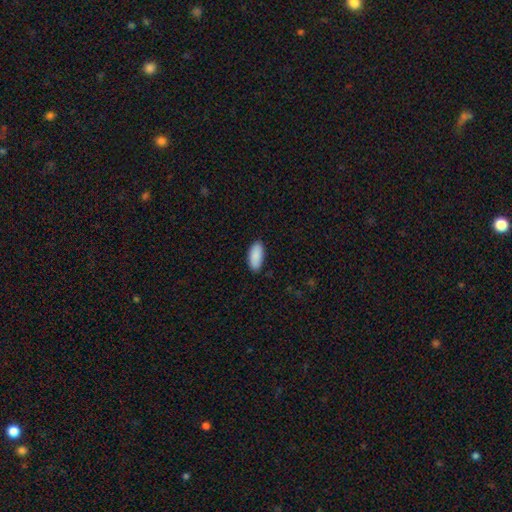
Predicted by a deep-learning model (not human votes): smooth-or-featured: smooth: 91% | star or artifact: 6% | featured or disk: 3%
  how-rounded: in between: 91% | cigar-shaped: 8% | round: 2%
  merging: none: 87% | minor disturbance: 10% | major disturbance: 2% | merger: 1%